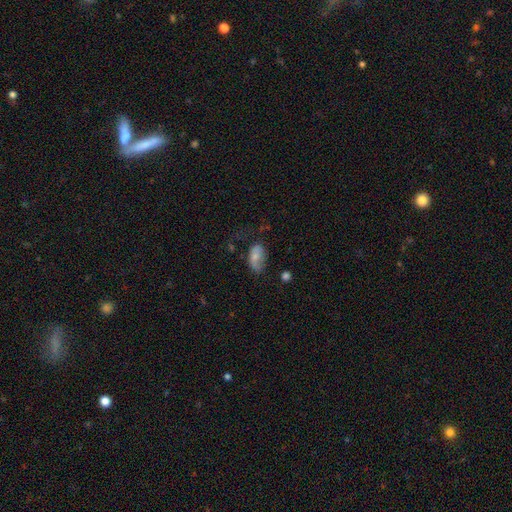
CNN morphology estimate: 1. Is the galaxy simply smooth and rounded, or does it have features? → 71% smooth, 21% featured or disk, 9% star or artifact.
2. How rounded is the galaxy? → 91% in between, 7% round, 2% cigar-shaped.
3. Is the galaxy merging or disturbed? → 41% none, 34% minor disturbance, 22% major disturbance, 4% merger.